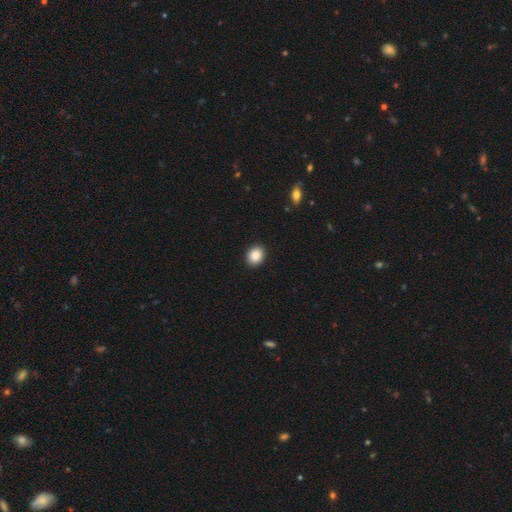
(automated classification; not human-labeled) Smooth or featured: smooth — 88% (star or artifact — 8%)
How rounded: round — 55% (in between — 44%)
Merging: none — 91% (minor disturbance — 6%)